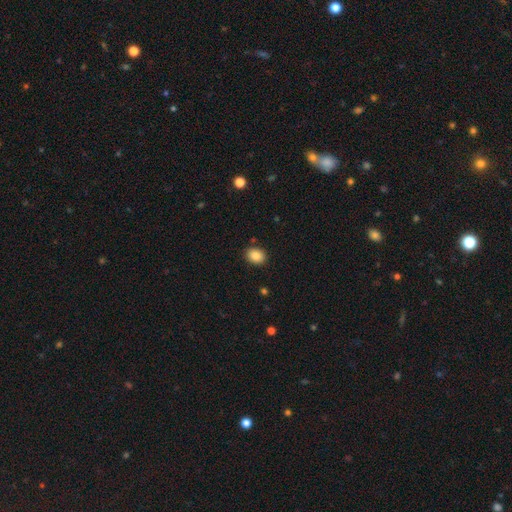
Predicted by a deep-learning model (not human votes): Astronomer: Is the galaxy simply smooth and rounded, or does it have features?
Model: smooth — 87%.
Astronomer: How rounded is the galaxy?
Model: in between — 56% (runner-up: round, 43%).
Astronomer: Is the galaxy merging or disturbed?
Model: none — 88%.